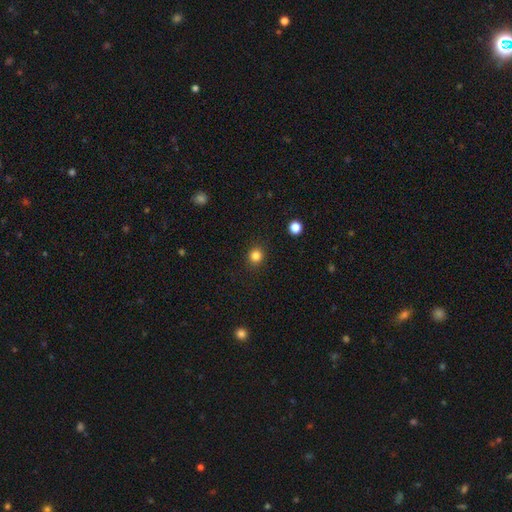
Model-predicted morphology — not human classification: smooth 84%, star or artifact 12%, featured or disk 4%. Down the decision tree: how rounded — round (84%); merging — none (89%).